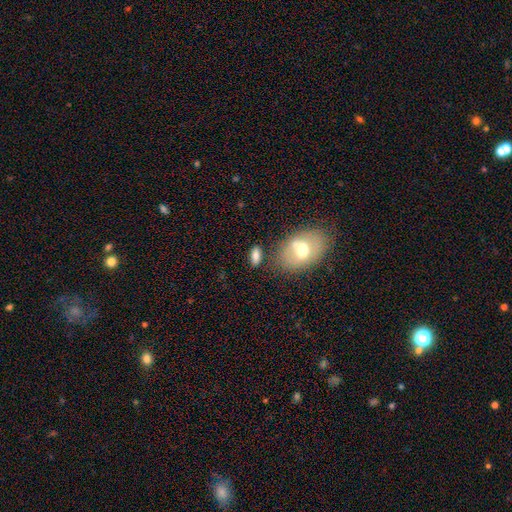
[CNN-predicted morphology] Smooth or featured? Predicted: smooth (p=0.77). How rounded? Predicted: in between (p=0.80). Merging? Predicted: none (p=0.69).